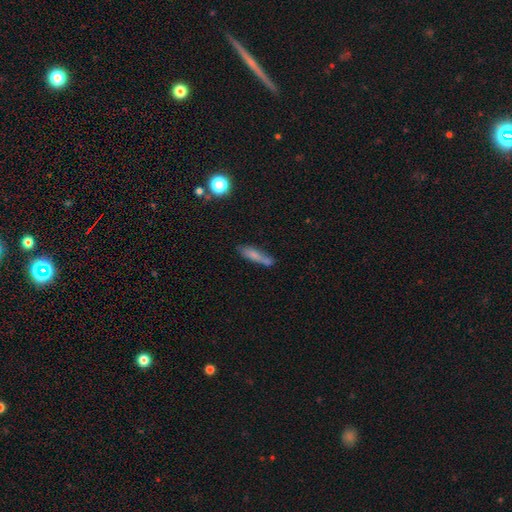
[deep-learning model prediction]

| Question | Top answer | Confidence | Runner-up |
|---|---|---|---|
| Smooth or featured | smooth | 69% | featured or disk (21%) |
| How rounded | cigar-shaped | 73% | in between (24%) |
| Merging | none | 58% | minor disturbance (22%) |